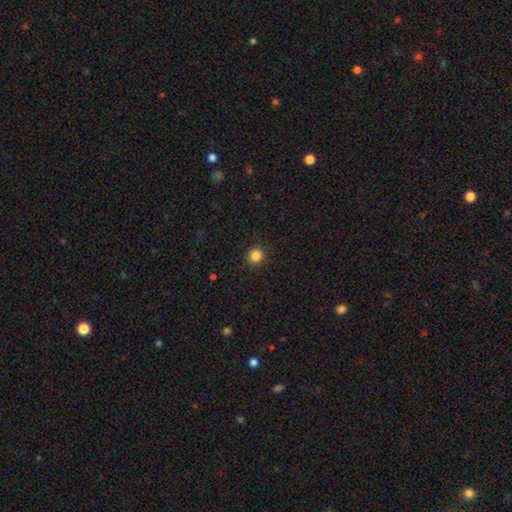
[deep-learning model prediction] This is clearly a smooth galaxy (85%). How rounded: clearly round (93%). Merging: clearly none (92%).